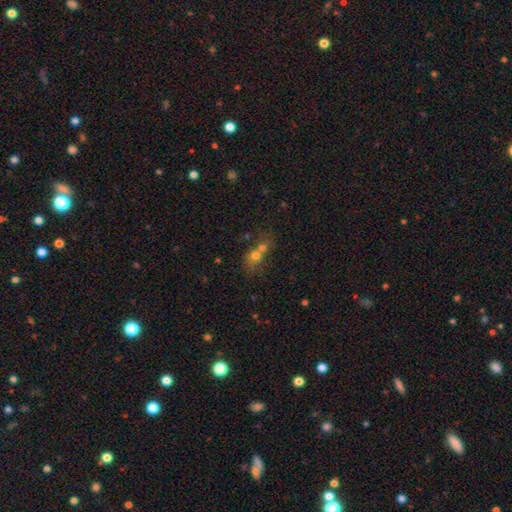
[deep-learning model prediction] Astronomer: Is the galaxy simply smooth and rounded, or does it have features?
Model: smooth — 66%.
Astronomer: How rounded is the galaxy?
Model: round — 64%.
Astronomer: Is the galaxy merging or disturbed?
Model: merger — 64%.